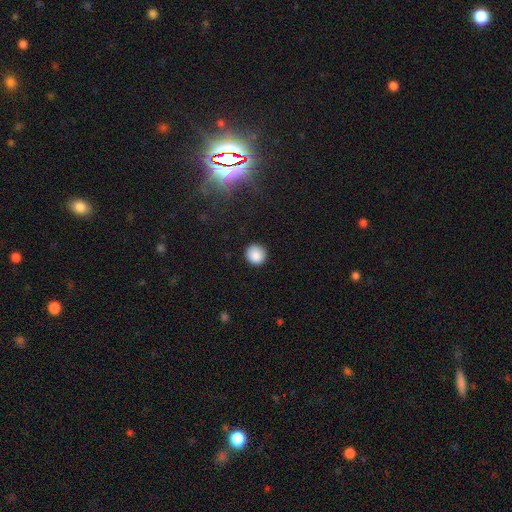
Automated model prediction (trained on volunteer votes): smooth 87%, star or artifact 9%, featured or disk 4%. Down the decision tree: how rounded — round (93%); merging — none (90%).